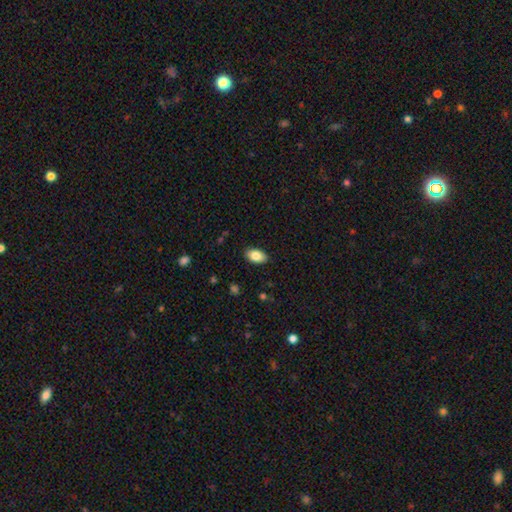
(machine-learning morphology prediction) The model was most divided on "smooth or featured": smooth: 83%, featured or disk: 10%, star or artifact: 7%. More confident: how rounded — in between (93%); merging — none (88%).